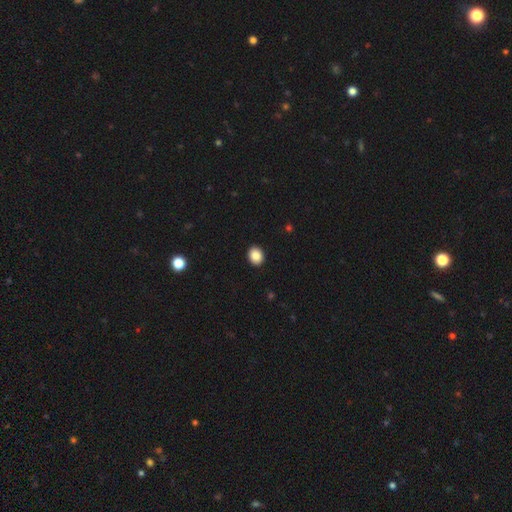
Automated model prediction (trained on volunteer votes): smooth 87%, star or artifact 9%, featured or disk 4%. Down the decision tree: how rounded — round (52%); merging — none (92%).